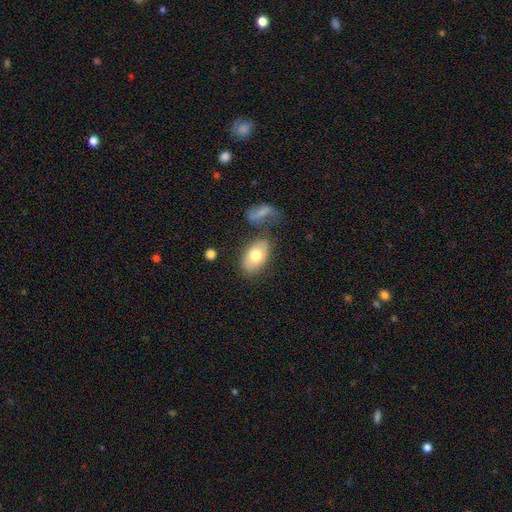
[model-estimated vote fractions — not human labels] smooth_or_featured: smooth (p=0.71) [alt: featured or disk p=0.23]
how_rounded: in between (p=0.91) [alt: round p=0.08]
merging: none (p=0.71) [alt: minor disturbance p=0.15]